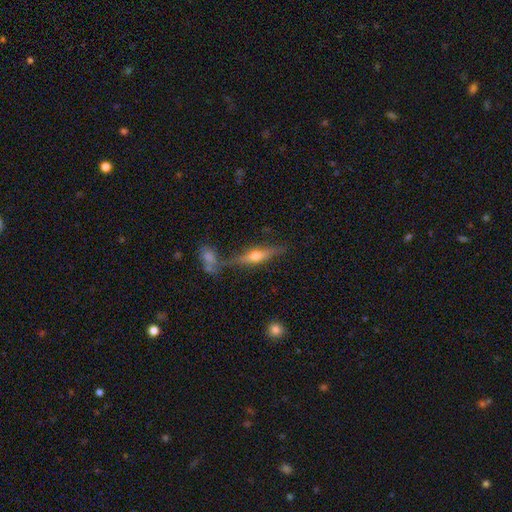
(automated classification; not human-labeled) Smooth or featured: featured or disk — 61% (smooth — 31%)
Edge-on disk: yes — 93% (no — 7%)
Edge-on bulge: rounded — 90% (boxy — 5%)
Merging: none — 70% (merger — 13%)